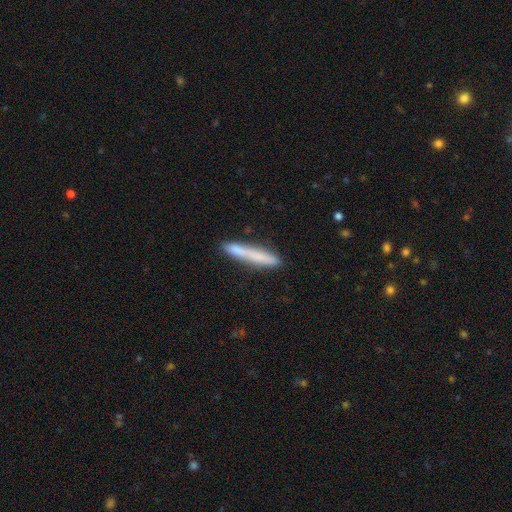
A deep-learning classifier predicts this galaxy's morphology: Smooth or featured?
  - smooth: 72% *
  - featured or disk: 22%
  - star or artifact: 6%
How rounded?
  - cigar-shaped: 95% *
  - in between: 4%
  - round: 1%
Merging?
  - none: 81% *
  - minor disturbance: 13%
  - merger: 4%
  - major disturbance: 3%